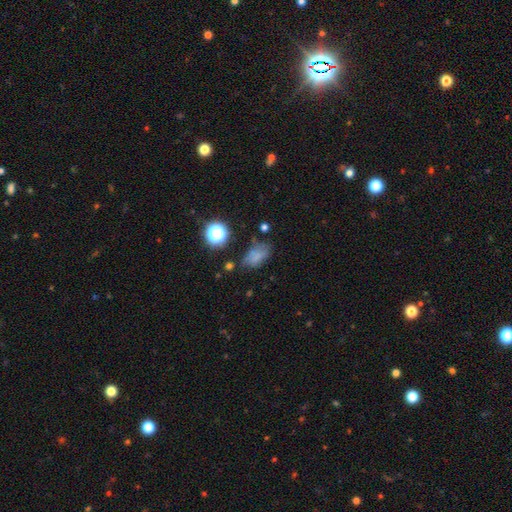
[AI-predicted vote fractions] Smooth or featured? smooth (64%)
How rounded? in between (82%)
Merging? none (51%)